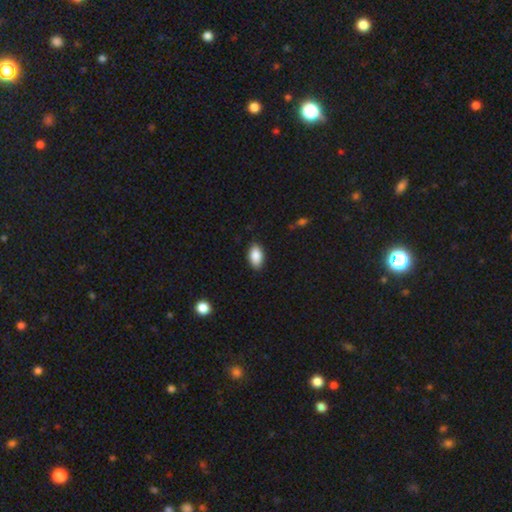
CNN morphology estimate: Overall: smooth (88%). How rounded: in between (93%). Merging: none (87%).